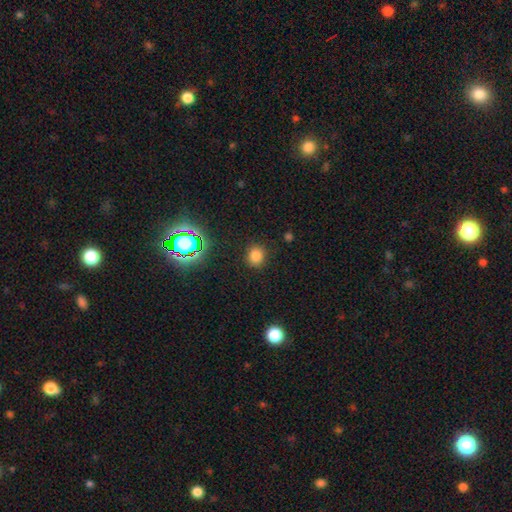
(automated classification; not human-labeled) Overall: smooth (78%). How rounded: round (81%). Merging: none (87%).